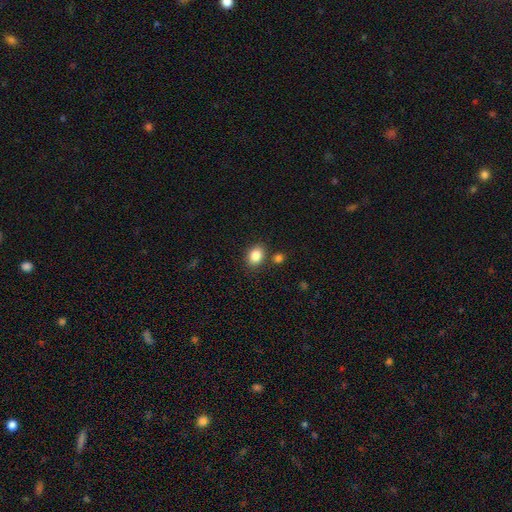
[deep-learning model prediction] smooth 86%, star or artifact 9%, featured or disk 5%. Down the decision tree: how rounded — in between (60%); merging — none (79%).